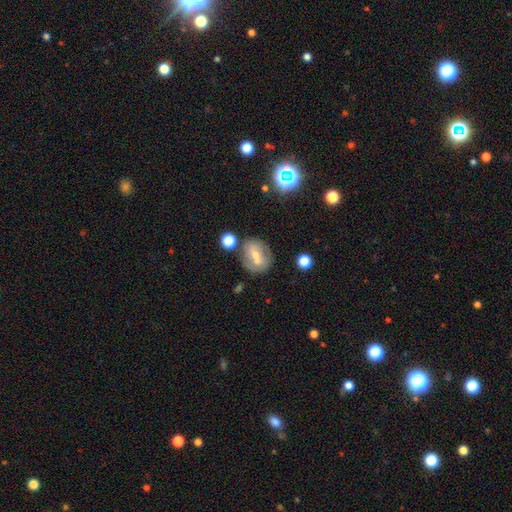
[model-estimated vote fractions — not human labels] The model was most divided on "smooth or featured": smooth: 49%, featured or disk: 40%, star or artifact: 11%. More confident: merging — none (54%).